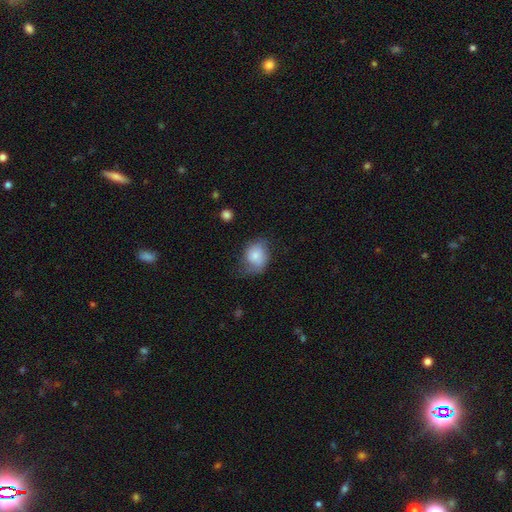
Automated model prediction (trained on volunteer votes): A smooth galaxy with no disk features (68%) that is in between round and cigar-shaped (50%). Merging: none (45%).